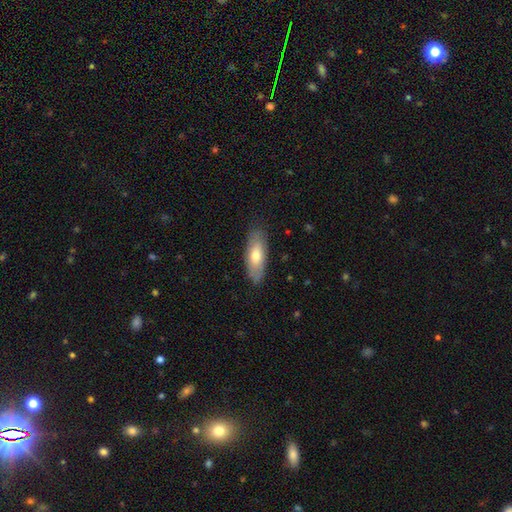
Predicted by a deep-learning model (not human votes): Smooth or featured? Predicted: smooth (p=0.65). How rounded? Predicted: in between (p=0.73). Merging? Predicted: none (p=0.81).